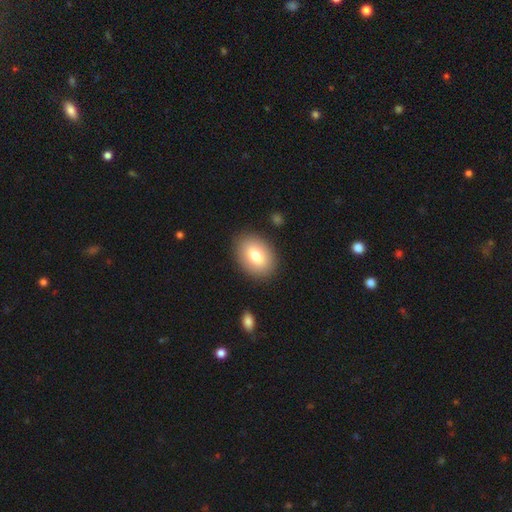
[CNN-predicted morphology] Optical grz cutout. It shows a smooth galaxy with no disk features (79%) that is in between round and cigar-shaped (78%). Merging: none (88%).